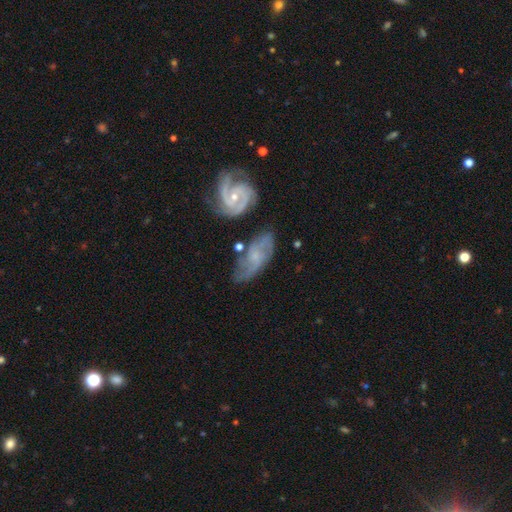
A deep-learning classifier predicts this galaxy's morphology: type=featured or disk (76%); edge-on=no (94%); bar=no (54%); spiral arms=yes (94%); winding=medium (49%); arm count=2 (59%); bulge=small (64%); merging=none (58%).